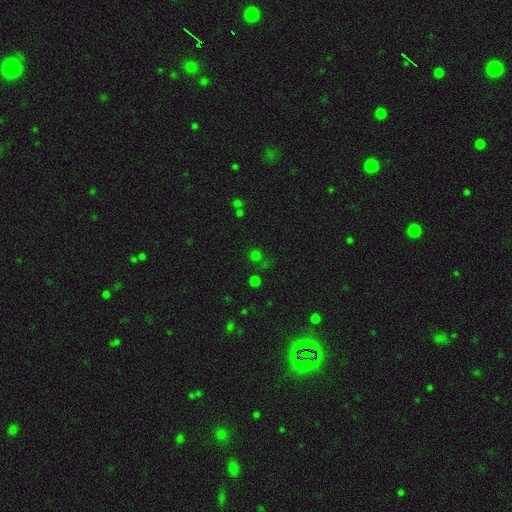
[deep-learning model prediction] Smooth or featured?
  - smooth: 56% *
  - star or artifact: 38%
  - featured or disk: 6%
How rounded?
  - round: 89% *
  - in between: 10%
  - cigar-shaped: 1%
Merging?
  - none: 70% *
  - minor disturbance: 12%
  - merger: 11%
  - major disturbance: 7%